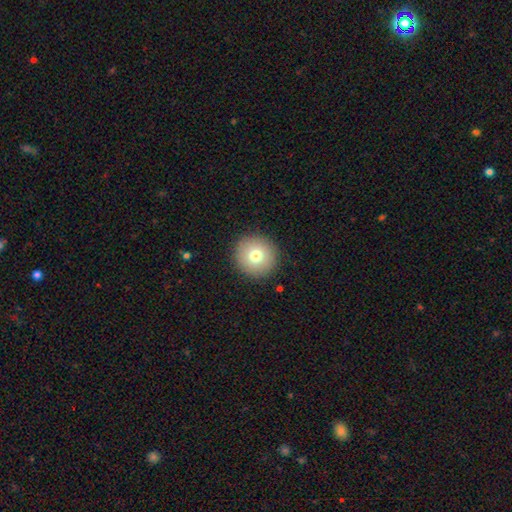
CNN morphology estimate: smooth-or-featured: smooth: 75% | featured or disk: 14% | star or artifact: 11%
  how-rounded: round: 95% | in between: 4% | cigar-shaped: 1%
  merging: none: 92% | minor disturbance: 5% | major disturbance: 2% | merger: 1%